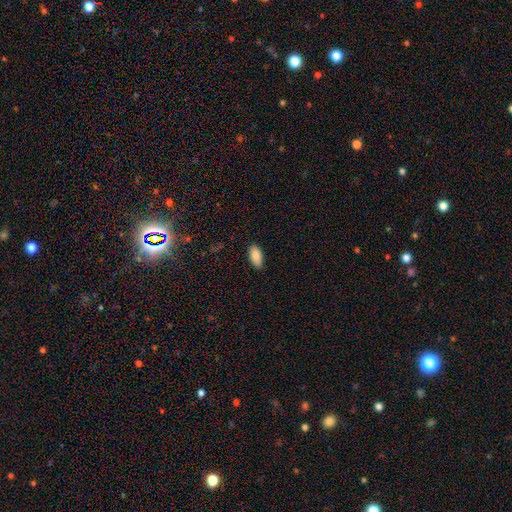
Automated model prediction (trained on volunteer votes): A smooth galaxy with no disk features (89%) that is in between round and cigar-shaped (90%). Merging: none (87%).